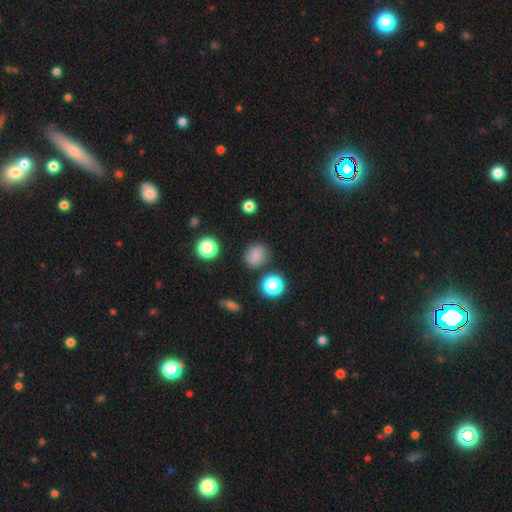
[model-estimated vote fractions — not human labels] Smooth or featured? smooth (78%)
How rounded? round (77%)
Merging? none (80%)